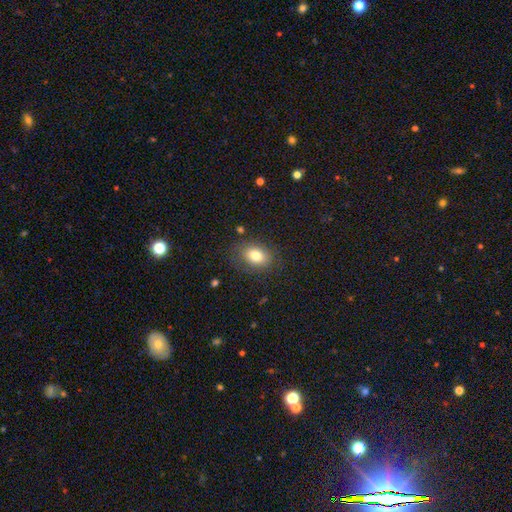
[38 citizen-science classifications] A smooth galaxy with no disk features (71%) that is in between round and cigar-shaped (81%). Merging: none (86%).